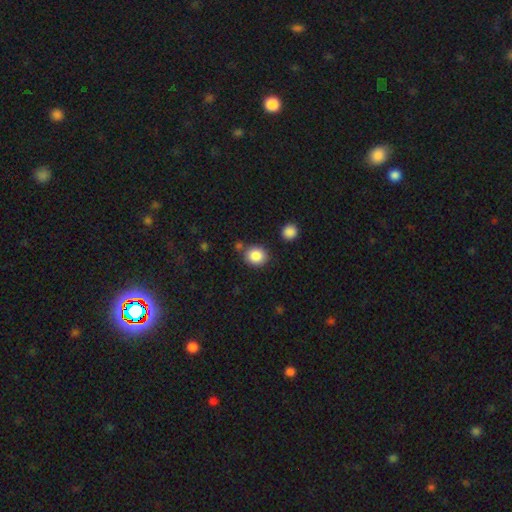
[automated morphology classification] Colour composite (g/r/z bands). It shows a smooth galaxy with no disk features (87%) that is round (74%). Merging: none (78%).